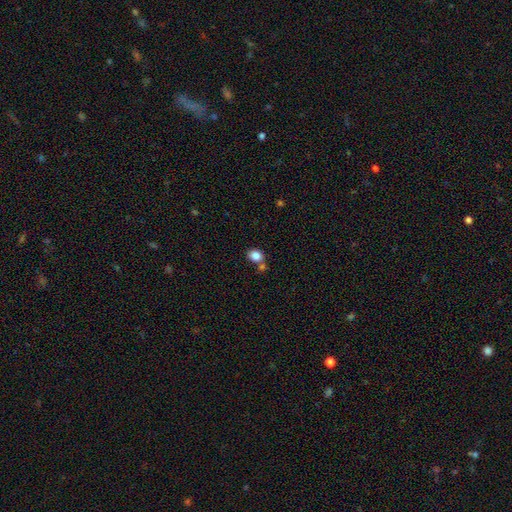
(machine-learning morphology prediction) A smooth galaxy with no disk features (84%) that is round (55%). Merging: none (61%).